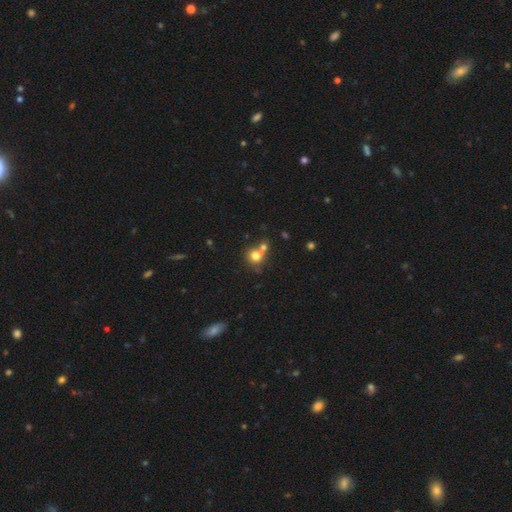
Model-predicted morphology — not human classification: This is likely a smooth galaxy (73%). How rounded: clearly round (82%). Merging: marginally merger (44%).